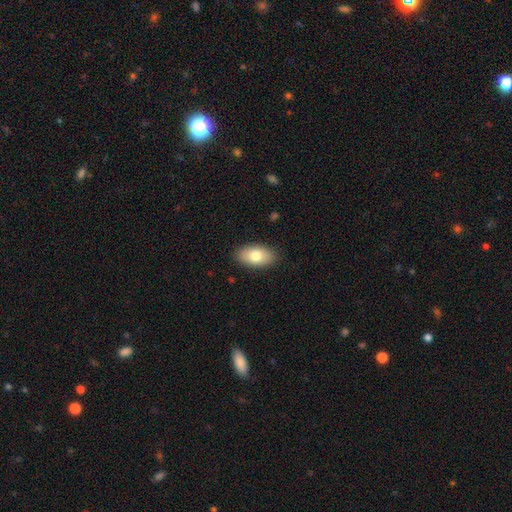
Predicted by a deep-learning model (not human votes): A smooth galaxy with no disk features (78%) that is in between round and cigar-shaped (93%). Merging: none (88%).